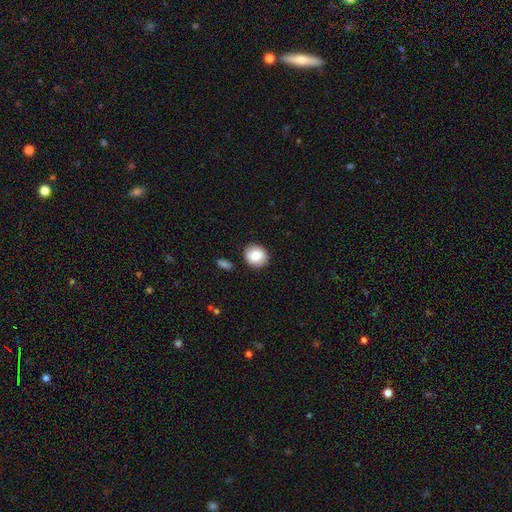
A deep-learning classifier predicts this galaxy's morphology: The model was most divided on "how rounded": round: 77%, in between: 22%, cigar-shaped: 1%. More confident: merging — none (88%); smooth or featured — smooth (83%).